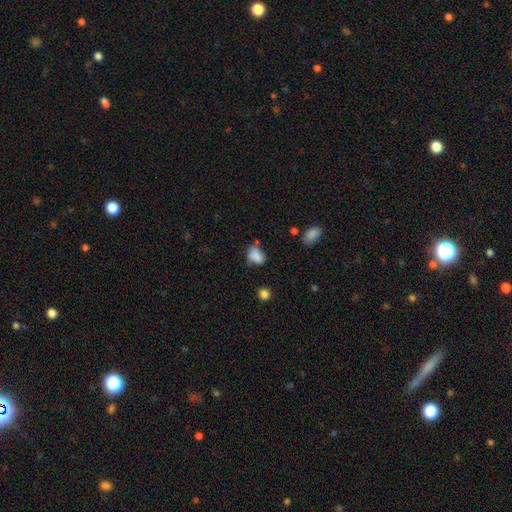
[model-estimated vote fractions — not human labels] The model was most divided on "merging": none: 47%, minor disturbance: 32%, major disturbance: 11%, merger: 10%. More confident: smooth or featured — smooth (81%); how rounded — in between (71%).